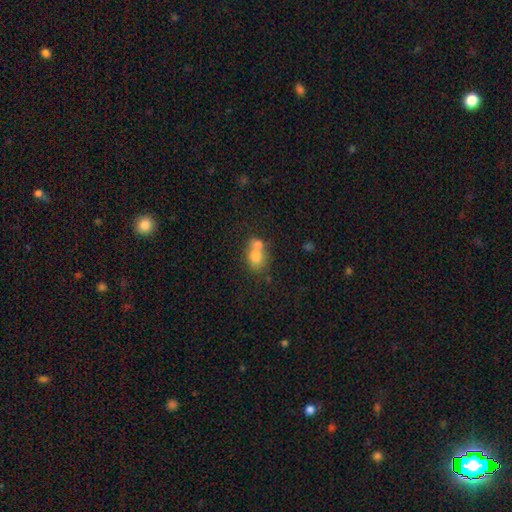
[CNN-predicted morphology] Smooth or featured: smooth — 75% (featured or disk — 15%)
How rounded: round — 55% (in between — 44%)
Merging: merger — 57% (none — 31%)